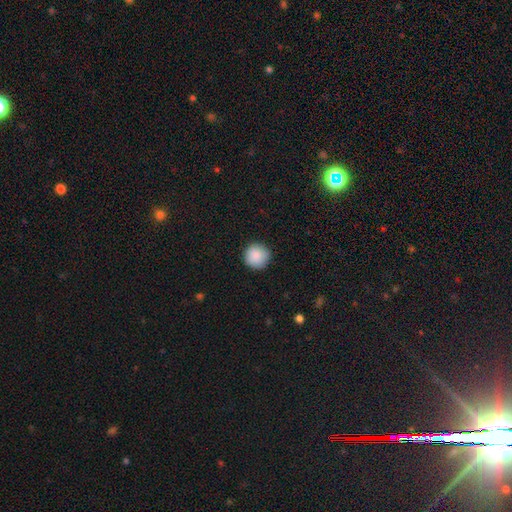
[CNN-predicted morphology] type=smooth (88%); roundness=round (96%); merging=none (91%).